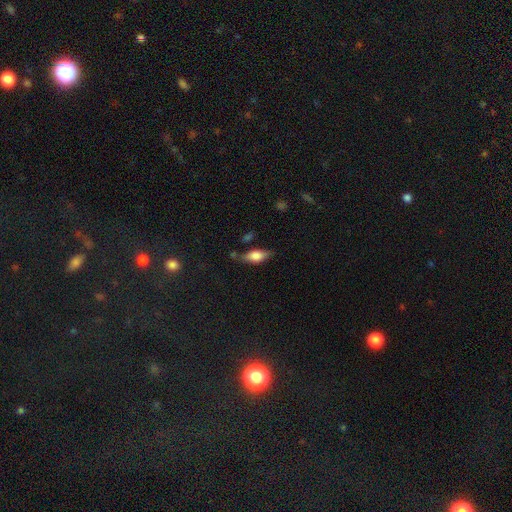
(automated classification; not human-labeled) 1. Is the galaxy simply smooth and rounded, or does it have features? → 65% smooth, 27% featured or disk, 8% star or artifact.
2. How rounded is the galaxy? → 78% in between, 18% cigar-shaped, 4% round.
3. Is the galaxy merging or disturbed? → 66% none, 24% minor disturbance, 6% major disturbance, 4% merger.